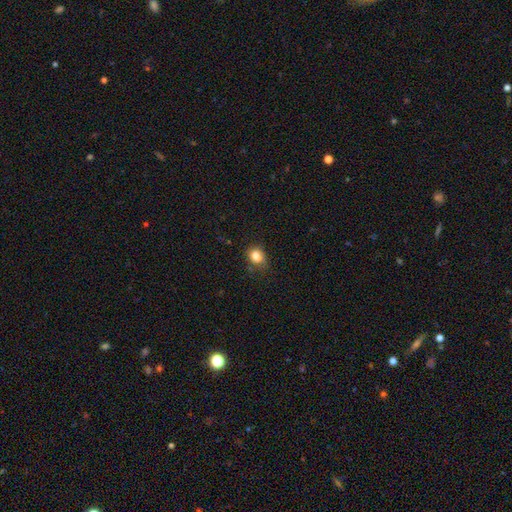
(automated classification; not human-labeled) Smooth or featured: smooth — 83% (star or artifact — 11%)
How rounded: round — 59% (in between — 40%)
Merging: none — 74% (minor disturbance — 20%)